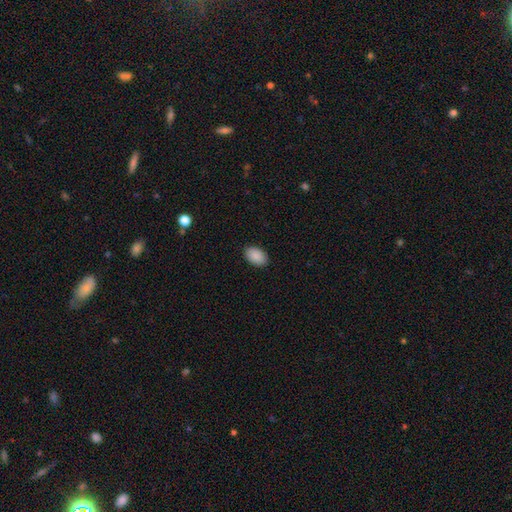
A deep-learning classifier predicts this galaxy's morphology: Q: Smooth or featured?
A: smooth (91%); runner-up: star or artifact (7%)
Q: How rounded?
A: in between (91%); runner-up: round (8%)
Q: Merging?
A: none (90%); runner-up: minor disturbance (8%)